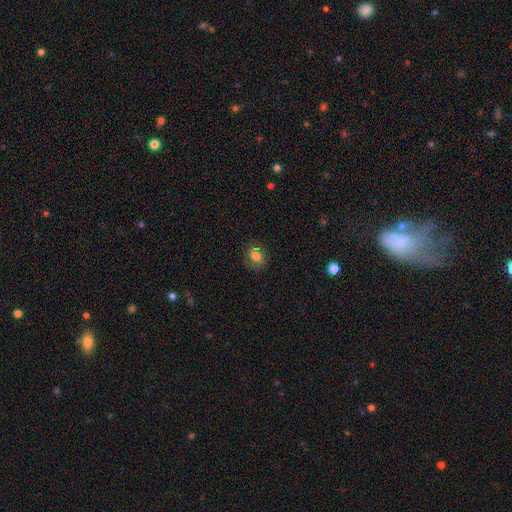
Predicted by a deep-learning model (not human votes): Smooth or featured?
  - smooth: 79% *
  - featured or disk: 11%
  - star or artifact: 10%
How rounded?
  - in between: 58% *
  - round: 40%
  - cigar-shaped: 1%
Merging?
  - none: 82% *
  - minor disturbance: 13%
  - major disturbance: 4%
  - merger: 1%